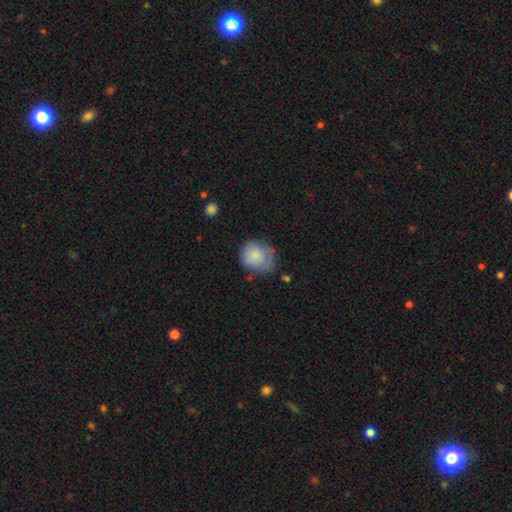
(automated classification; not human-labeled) smooth 80%, featured or disk 12%, star or artifact 8%. Down the decision tree: how rounded — round (67%); merging — none (52%).